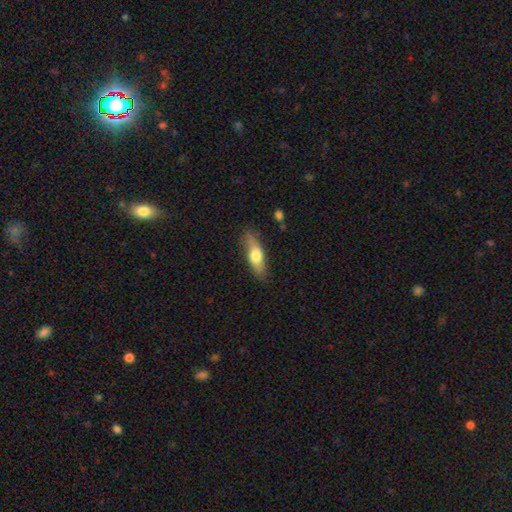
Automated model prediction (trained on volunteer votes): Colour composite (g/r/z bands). It shows a smooth galaxy with no disk features (61%) that is cigar-shaped (54%). Merging: none (80%).